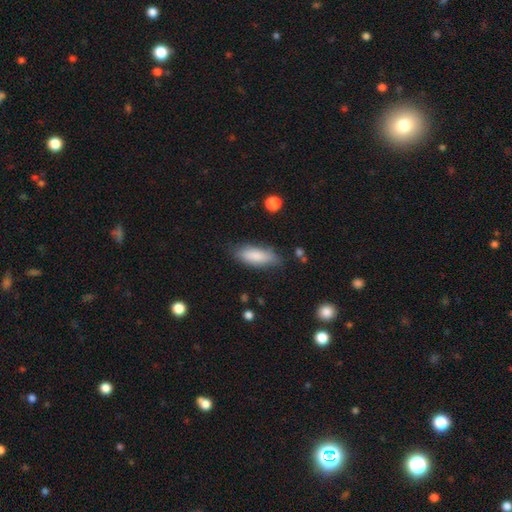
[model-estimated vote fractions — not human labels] smooth 84%, featured or disk 10%, star or artifact 6%. Down the decision tree: how rounded — in between (68%); merging — none (76%).